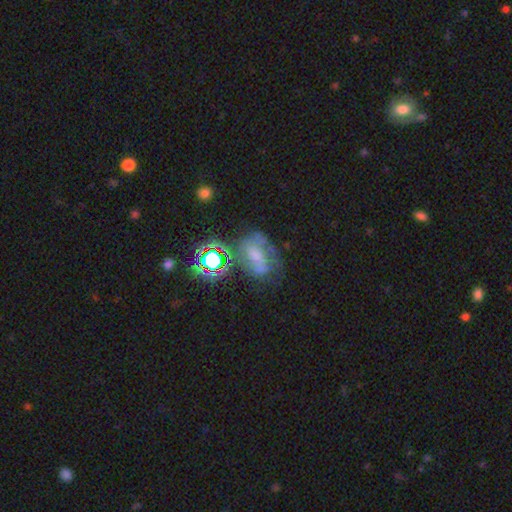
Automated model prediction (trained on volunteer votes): Morphology: type=featured or disk (53%); edge-on=no (95%); merging=none (62%).